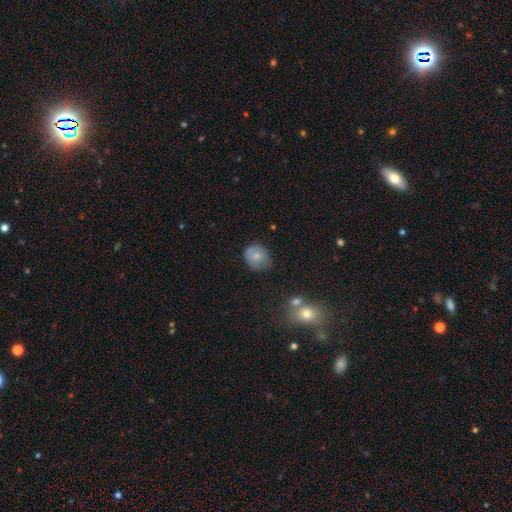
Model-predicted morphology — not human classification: A smooth galaxy with no disk features (73%) that is round (76%).

Vote fractions:
- Smooth or featured? smooth: 73% / featured or disk: 18% / star or artifact: 9%
- How rounded? round: 76% / in between: 23% / cigar-shaped: 1%
- Merging? none: 65% / minor disturbance: 22% / merger: 8% / major disturbance: 5%